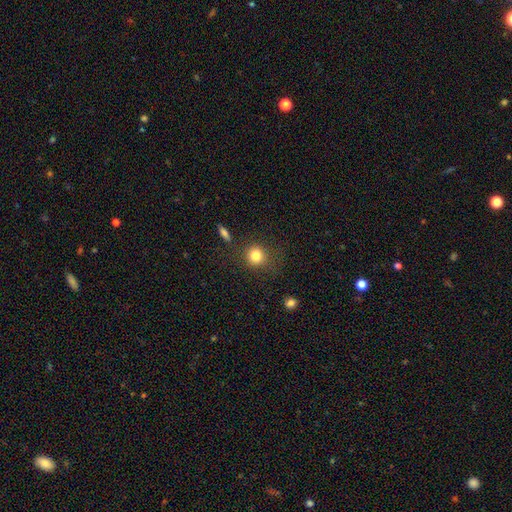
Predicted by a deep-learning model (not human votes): A smooth galaxy with no disk features (82%) that is round (87%).

Vote fractions:
- Smooth or featured? smooth: 82% / star or artifact: 11% / featured or disk: 7%
- How rounded? round: 87% / in between: 12% / cigar-shaped: 1%
- Merging? none: 77% / minor disturbance: 13% / major disturbance: 6% / merger: 3%